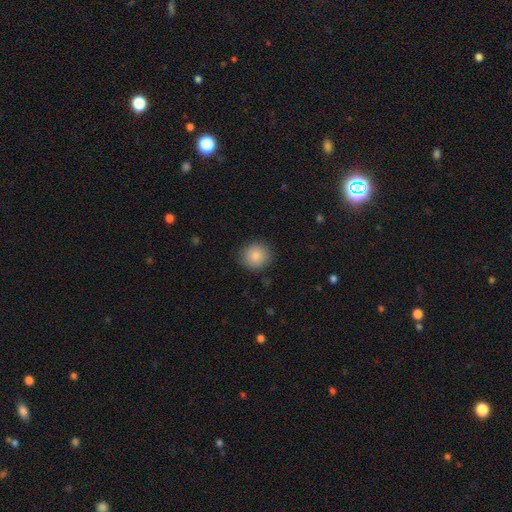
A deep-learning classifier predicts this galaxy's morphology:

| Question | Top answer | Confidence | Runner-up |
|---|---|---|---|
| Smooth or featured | smooth | 87% | star or artifact (8%) |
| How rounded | round | 90% | in between (9%) |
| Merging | none | 88% | minor disturbance (8%) |